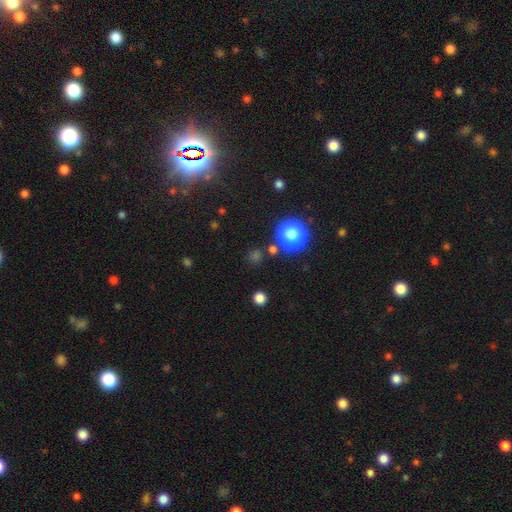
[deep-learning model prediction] A star or artifact, not a galaxy (51%).

Vote fractions:
- Smooth or featured? star or artifact: 51% / smooth: 42% / featured or disk: 6%